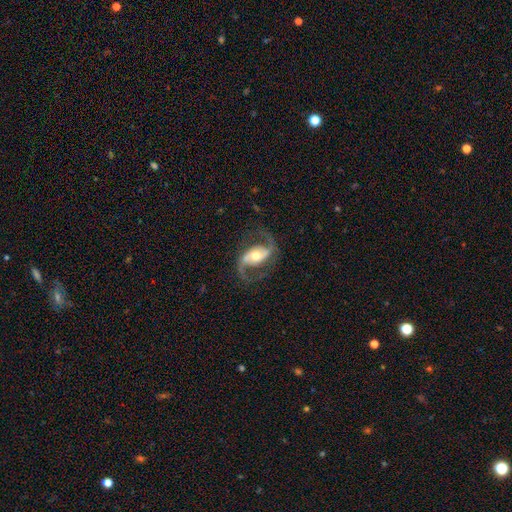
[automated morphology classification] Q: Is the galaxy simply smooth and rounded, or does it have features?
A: featured or disk — 91%.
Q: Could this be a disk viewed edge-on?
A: no — 97%.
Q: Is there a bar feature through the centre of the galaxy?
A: weak — 35%, tied with no.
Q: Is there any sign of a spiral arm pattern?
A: yes — 97%.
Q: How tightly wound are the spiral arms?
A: loose — 47%.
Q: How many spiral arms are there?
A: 2 — 94%.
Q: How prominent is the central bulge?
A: moderate — 66%.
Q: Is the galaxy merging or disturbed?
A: none — 78%.